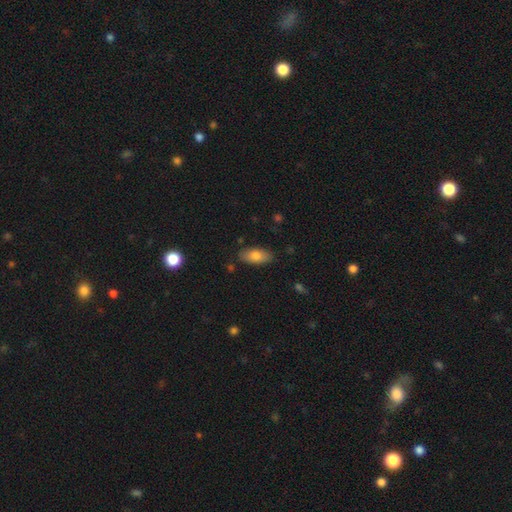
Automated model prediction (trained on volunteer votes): Morphology: type=smooth (80%); roundness=in between (88%); merging=none (84%).